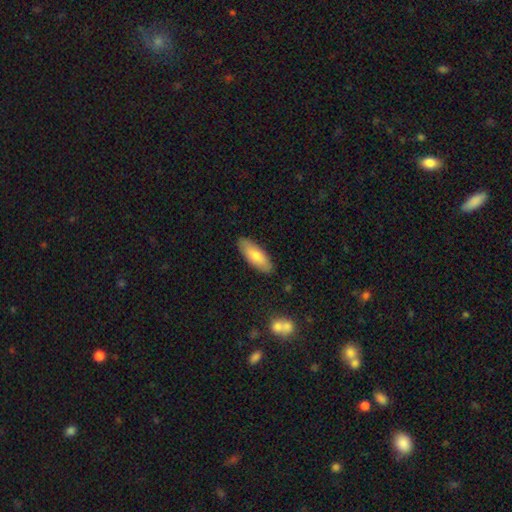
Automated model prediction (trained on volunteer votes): Smooth or featured? Predicted: smooth (p=0.76). How rounded? Predicted: in between (p=0.68). Merging? Predicted: none (p=0.87).